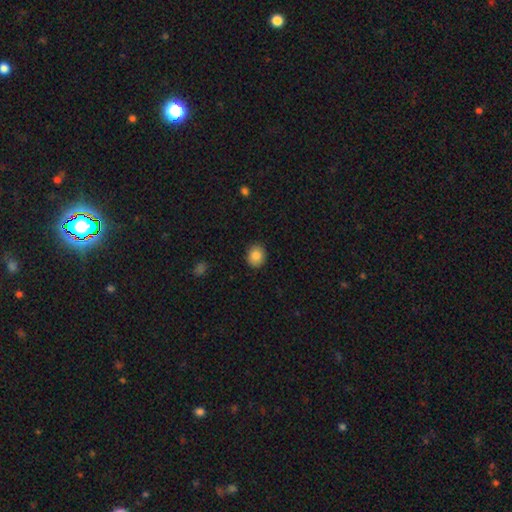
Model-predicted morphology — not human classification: This is clearly a smooth galaxy (86%). How rounded: likely round (63%). Merging: clearly none (90%).